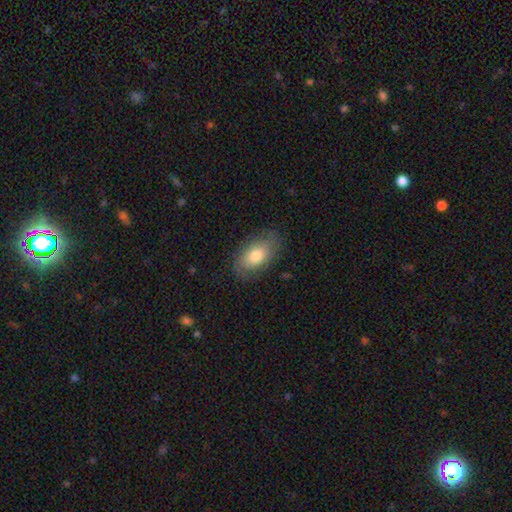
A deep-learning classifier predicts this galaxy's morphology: smooth_or_featured: smooth (p=0.71) [alt: featured or disk p=0.23]
how_rounded: in between (p=0.92) [alt: round p=0.06]
merging: none (p=0.76) [alt: minor disturbance p=0.17]